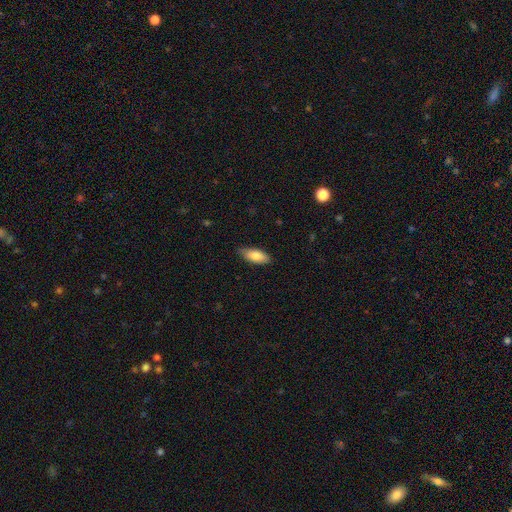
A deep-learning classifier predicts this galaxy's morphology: smooth-or-featured: smooth: 81% | featured or disk: 12% | star or artifact: 6%
  how-rounded: in between: 83% | cigar-shaped: 15% | round: 2%
  merging: none: 84% | minor disturbance: 13% | major disturbance: 2% | merger: 1%